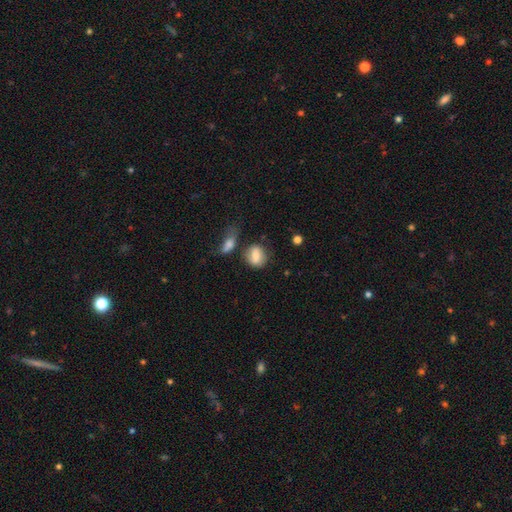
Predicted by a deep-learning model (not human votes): smooth 73%, featured or disk 18%, star or artifact 8%. Down the decision tree: how rounded — round (56%); merging — none (60%).